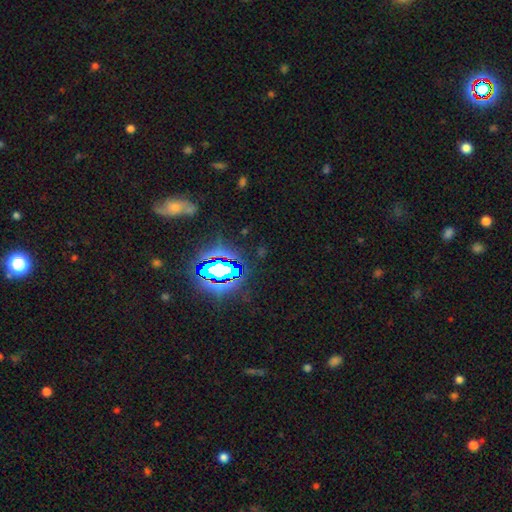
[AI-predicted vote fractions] Q: Smooth or featured?
A: star or artifact (79%); runner-up: smooth (12%)